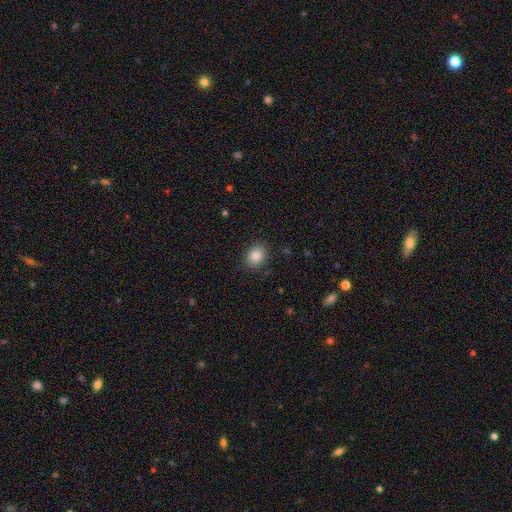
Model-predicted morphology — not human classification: Q: Smooth or featured?
A: smooth (86%); runner-up: star or artifact (9%)
Q: How rounded?
A: round (53%); runner-up: in between (46%)
Q: Merging?
A: none (87%); runner-up: minor disturbance (9%)